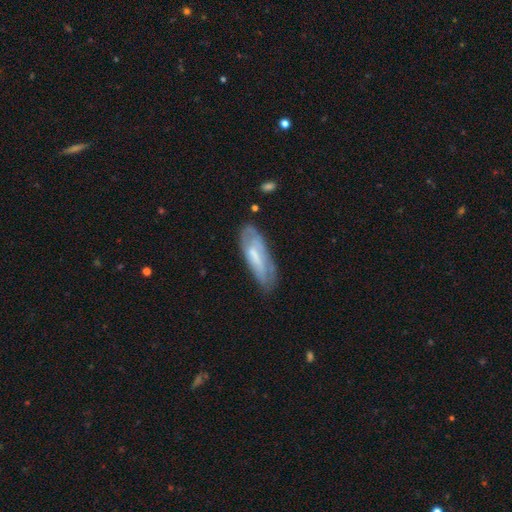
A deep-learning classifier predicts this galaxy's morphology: Smooth or featured: smooth — 47% (featured or disk — 46%)
Merging: none — 60% (minor disturbance — 27%)